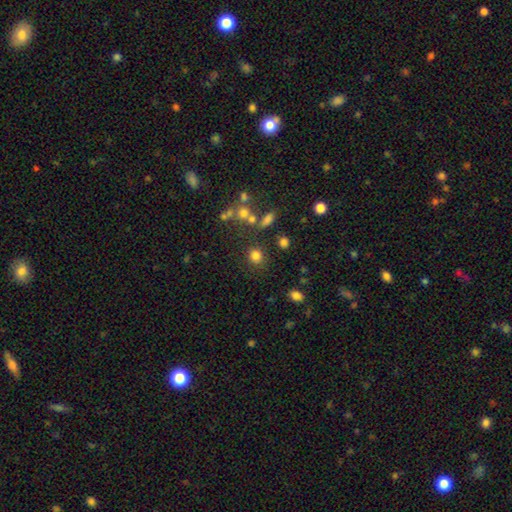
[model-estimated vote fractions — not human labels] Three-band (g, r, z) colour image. It shows a smooth galaxy with no disk features (78%) that is round (84%). Merging: none (79%).